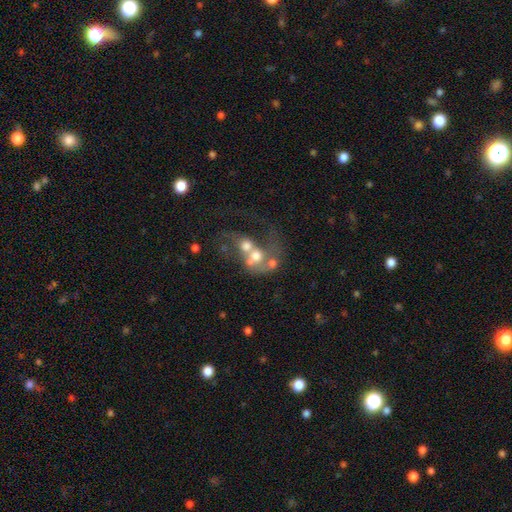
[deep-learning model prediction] Q: Smooth or featured?
A: featured or disk (46%); runner-up: smooth (42%)
Q: Merging?
A: merger (69%); runner-up: major disturbance (14%)